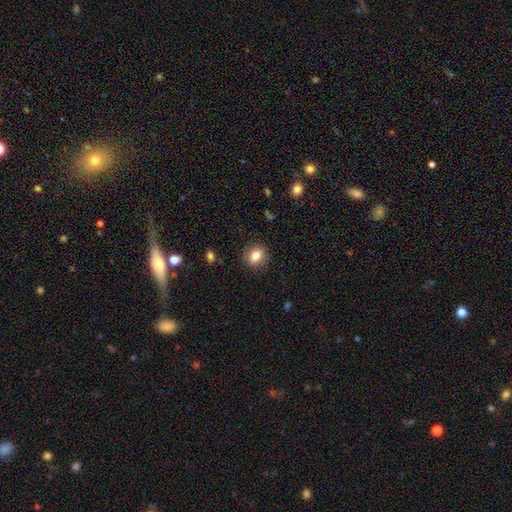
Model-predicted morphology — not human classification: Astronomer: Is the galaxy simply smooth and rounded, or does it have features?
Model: smooth — 81%.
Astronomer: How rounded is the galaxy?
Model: round — 65%.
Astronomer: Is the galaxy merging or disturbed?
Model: none — 88%.